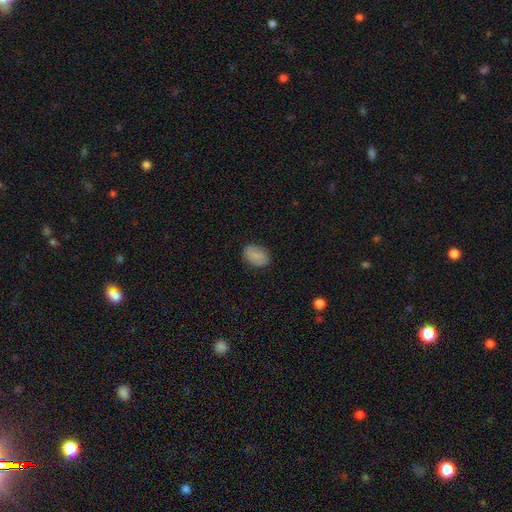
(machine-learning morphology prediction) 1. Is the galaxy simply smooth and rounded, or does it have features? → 81% smooth, 11% featured or disk, 7% star or artifact.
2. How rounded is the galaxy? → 82% in between, 17% round, 1% cigar-shaped.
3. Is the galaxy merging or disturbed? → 85% none, 12% minor disturbance, 3% major disturbance, 1% merger.